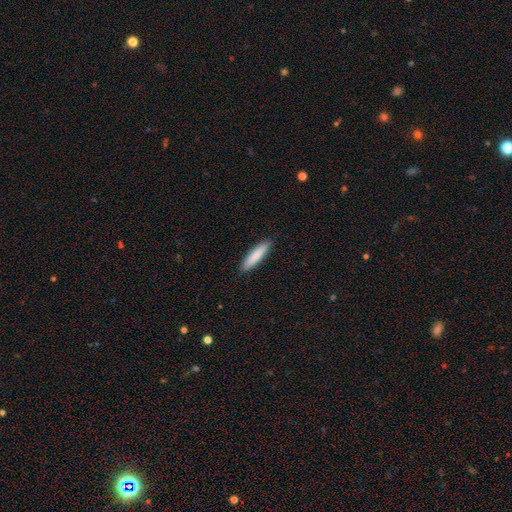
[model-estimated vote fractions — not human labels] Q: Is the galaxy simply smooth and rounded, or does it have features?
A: smooth — 86%.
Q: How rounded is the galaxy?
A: cigar-shaped — 82%.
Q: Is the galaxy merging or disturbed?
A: none — 91%.